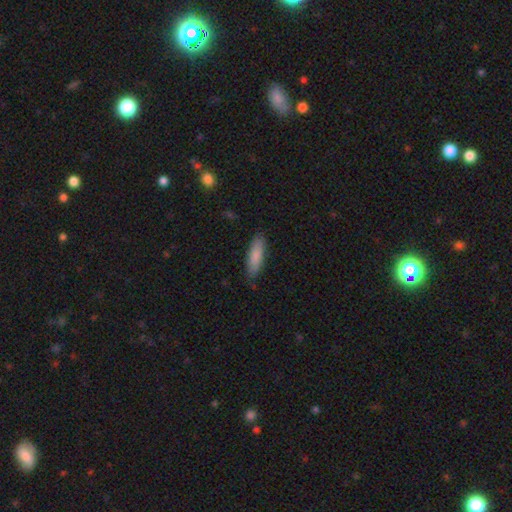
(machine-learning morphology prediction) The model was most divided on "how rounded": cigar-shaped: 51%, in between: 47%, round: 1%. More confident: smooth or featured — smooth (85%); merging — none (83%).